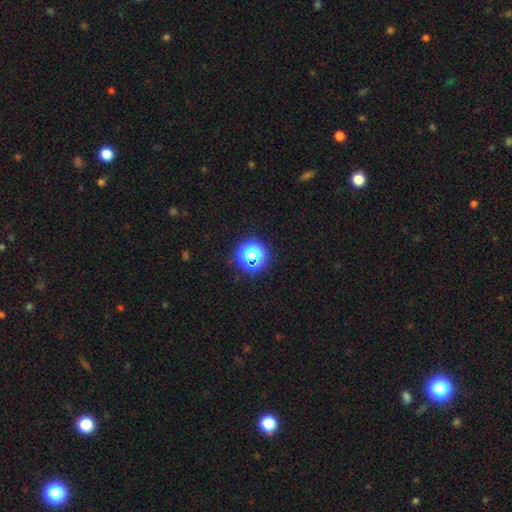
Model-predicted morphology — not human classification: Smooth or featured?
  - star or artifact: 49% *
  - smooth: 42%
  - featured or disk: 8%